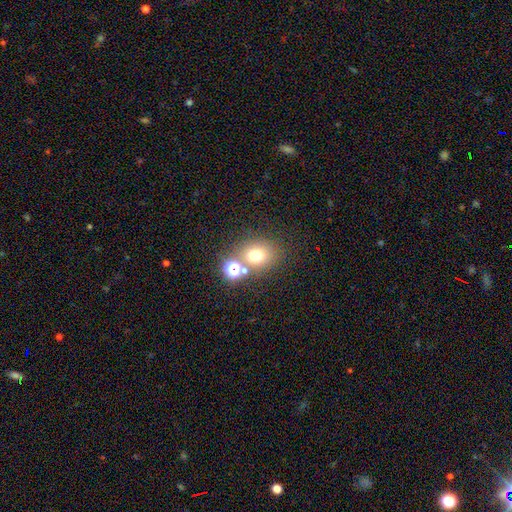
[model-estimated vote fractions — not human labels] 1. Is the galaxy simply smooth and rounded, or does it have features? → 69% smooth, 20% star or artifact, 11% featured or disk.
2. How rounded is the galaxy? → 68% round, 31% in between, 1% cigar-shaped.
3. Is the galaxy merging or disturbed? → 64% none, 21% merger, 10% minor disturbance, 5% major disturbance.